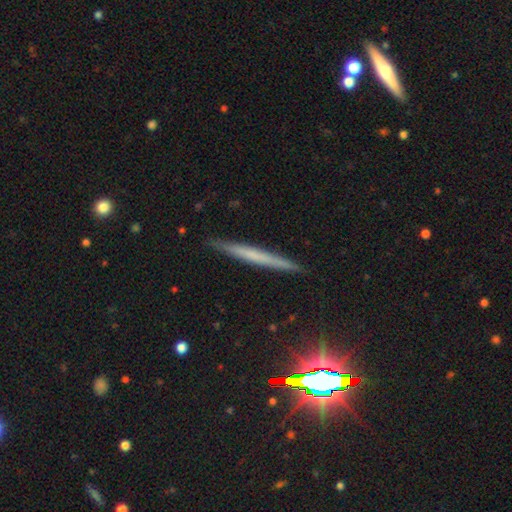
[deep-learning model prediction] The model was most divided on "smooth or featured": featured or disk: 45%, smooth: 44%, star or artifact: 11%. More confident: merging — none (90%).